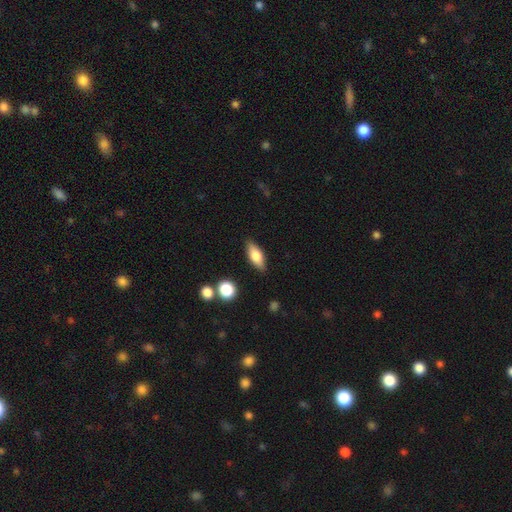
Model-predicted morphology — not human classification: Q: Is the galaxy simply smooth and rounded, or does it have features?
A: smooth — 71%.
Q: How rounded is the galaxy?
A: in between — 75%.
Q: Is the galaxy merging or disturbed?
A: none — 85%.